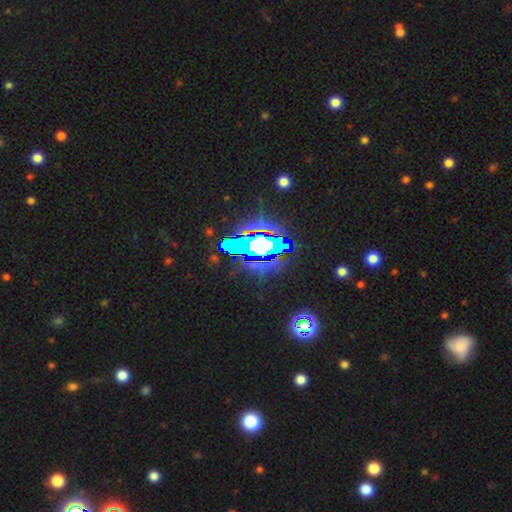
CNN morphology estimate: Smooth or featured?
  - star or artifact: 65% *
  - featured or disk: 19%
  - smooth: 16%